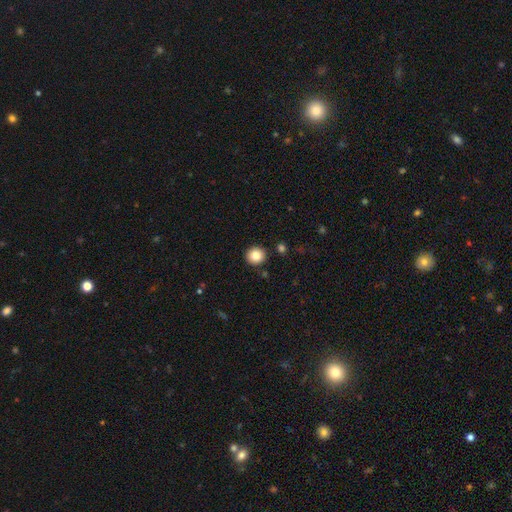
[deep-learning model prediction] Morphology: type=smooth (84%); roundness=round (93%); merging=none (91%).